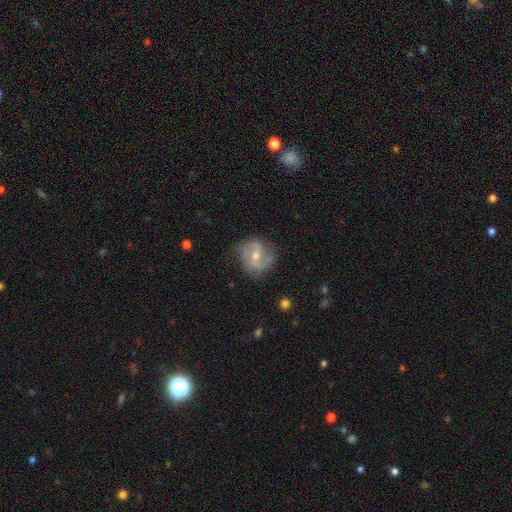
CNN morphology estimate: A featured or disk galaxy (73%) with a weak bar (48%), 2 (67%) medium (44%) spiral arms (88%) and a moderate central bulge (53%). Merging: none (73%).